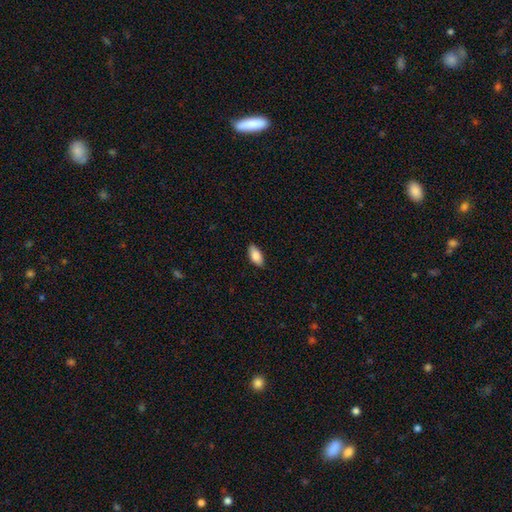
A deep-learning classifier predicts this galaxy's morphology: Smooth or featured: smooth — 87% (star or artifact — 6%)
How rounded: in between — 91% (cigar-shaped — 7%)
Merging: none — 86% (minor disturbance — 11%)